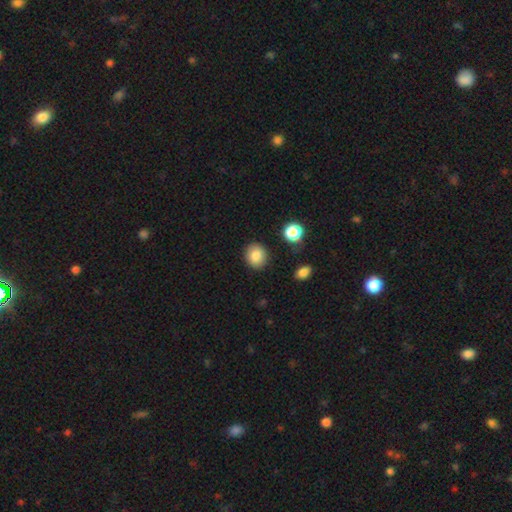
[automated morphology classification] The model was most divided on "how rounded": round: 77%, in between: 22%, cigar-shaped: 1%. More confident: merging — none (88%); smooth or featured — smooth (85%).